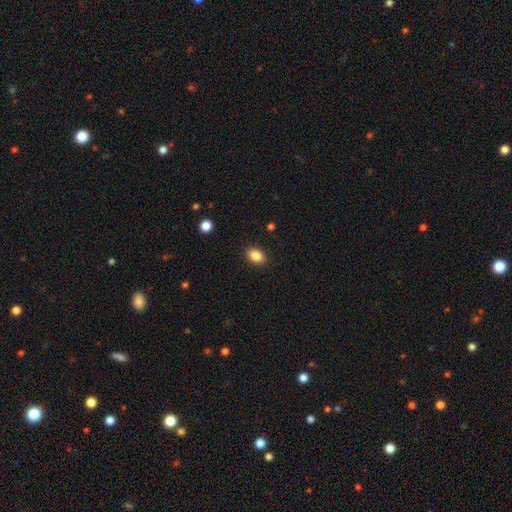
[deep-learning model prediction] Smooth or featured?
  - smooth: 86% *
  - star or artifact: 9%
  - featured or disk: 5%
How rounded?
  - in between: 77% *
  - round: 22%
  - cigar-shaped: 1%
Merging?
  - none: 88% *
  - minor disturbance: 9%
  - major disturbance: 2%
  - merger: 1%